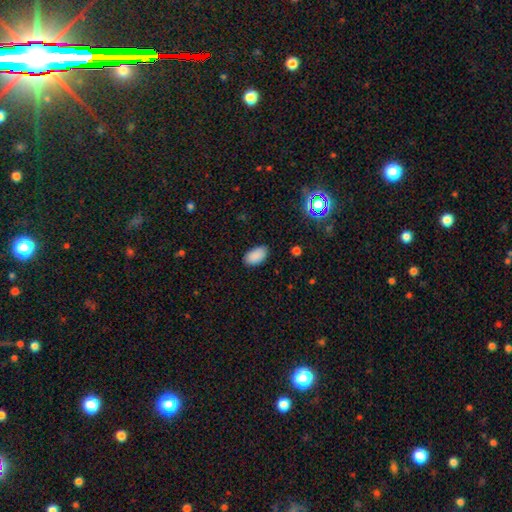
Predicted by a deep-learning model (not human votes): A smooth galaxy with no disk features (89%) that is in between round and cigar-shaped (95%). Merging: none (86%).